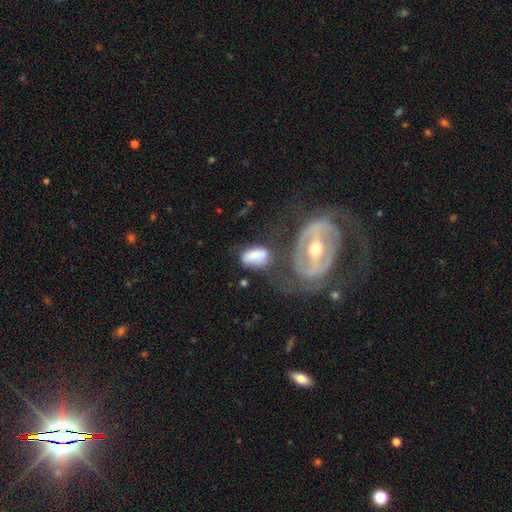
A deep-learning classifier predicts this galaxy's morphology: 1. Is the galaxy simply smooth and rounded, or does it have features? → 67% smooth, 26% featured or disk, 8% star or artifact.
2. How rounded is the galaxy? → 89% in between, 8% round, 3% cigar-shaped.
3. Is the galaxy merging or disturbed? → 37% none, 25% merger, 23% minor disturbance, 15% major disturbance.